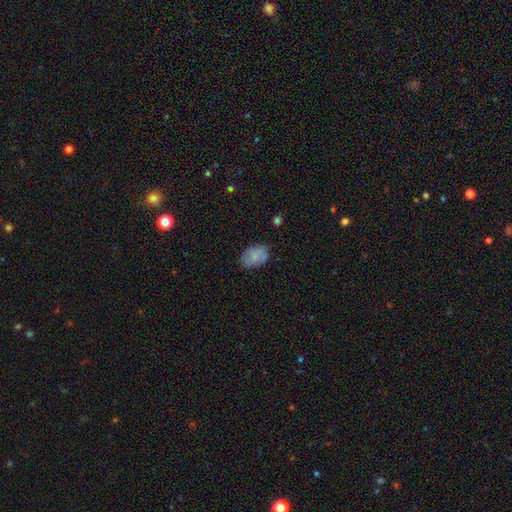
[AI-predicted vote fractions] Overall: smooth (79%). How rounded: in between (87%). Merging: none (75%).